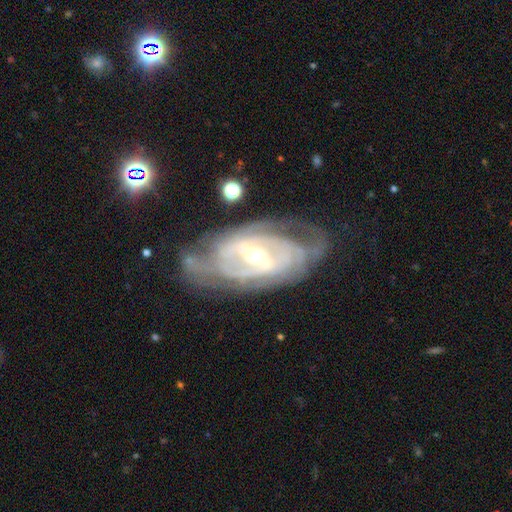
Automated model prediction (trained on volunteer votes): Smooth or featured? Predicted: featured or disk (p=0.88). Edge-on disk? Predicted: no (p=0.94). Bar? Predicted: strong (p=0.45). Spiral arms? Predicted: yes (p=0.92). Spiral winding? Predicted: tight (p=0.61). Spiral arm count? Predicted: 2 (p=0.36). Bulge size? Predicted: moderate (p=0.50). Merging? Predicted: none (p=0.65).